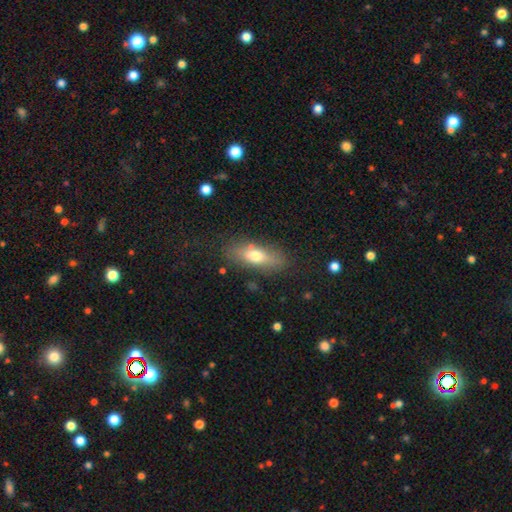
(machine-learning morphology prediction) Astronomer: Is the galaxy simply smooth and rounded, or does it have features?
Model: smooth — 66%.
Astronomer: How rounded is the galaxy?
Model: in between — 65%.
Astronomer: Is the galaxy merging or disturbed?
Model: none — 77%.